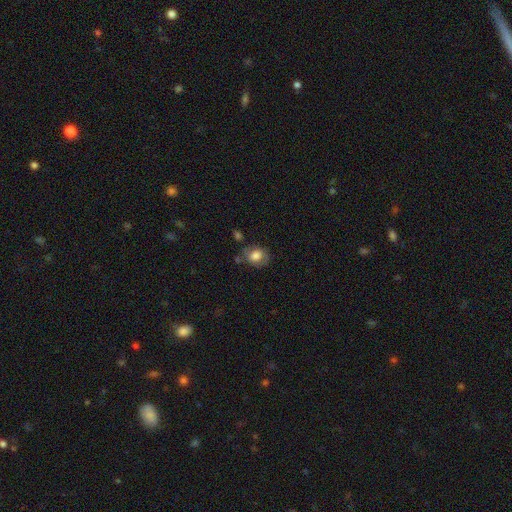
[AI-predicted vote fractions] A smooth galaxy with no disk features (74%) that is round (50%). Merging: none (66%).